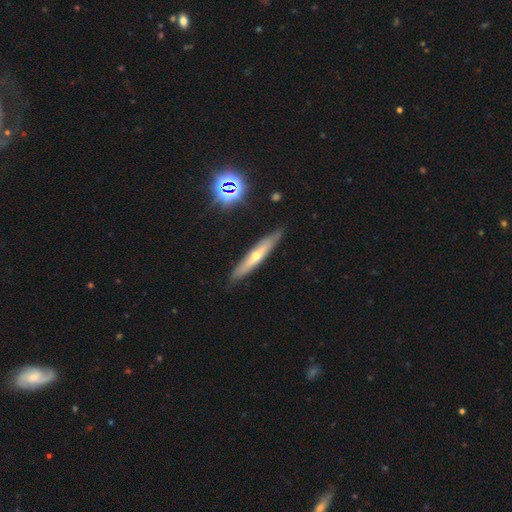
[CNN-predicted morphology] smooth-or-featured: featured or disk: 56% | smooth: 35% | star or artifact: 9%
  disk-edge-on: yes: 85% | no: 15%
  merging: none: 86% | minor disturbance: 10% | major disturbance: 2% | merger: 1%